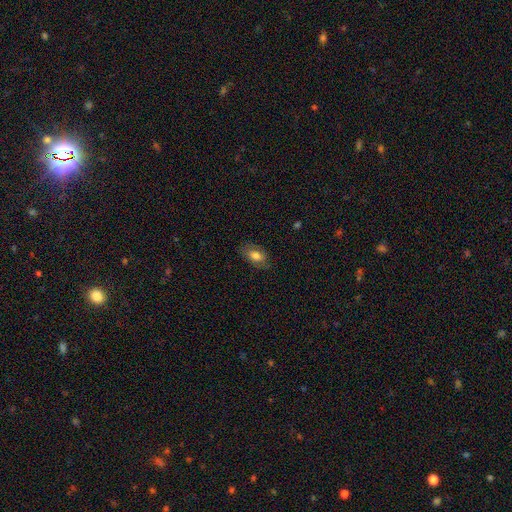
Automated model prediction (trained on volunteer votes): A smooth galaxy with no disk features (71%) that is in between round and cigar-shaped (88%).

Vote fractions:
- Smooth or featured? smooth: 71% / featured or disk: 21% / star or artifact: 8%
- How rounded? in between: 88% / round: 10% / cigar-shaped: 2%
- Merging? none: 78% / minor disturbance: 16% / major disturbance: 5% / merger: 1%